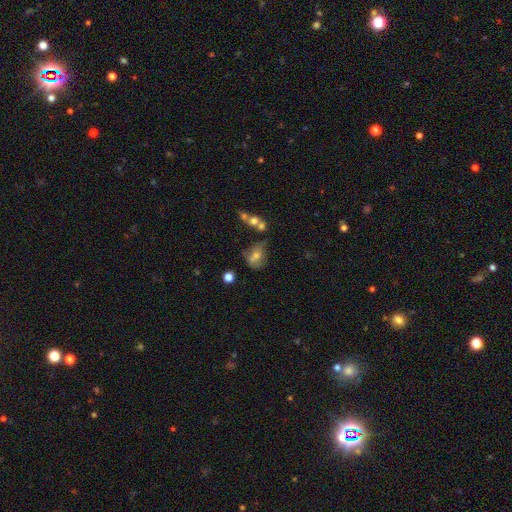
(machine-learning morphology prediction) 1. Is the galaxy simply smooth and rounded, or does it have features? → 50% smooth, 34% featured or disk, 16% star or artifact.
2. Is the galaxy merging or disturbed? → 42% none, 24% minor disturbance, 19% merger, 15% major disturbance.